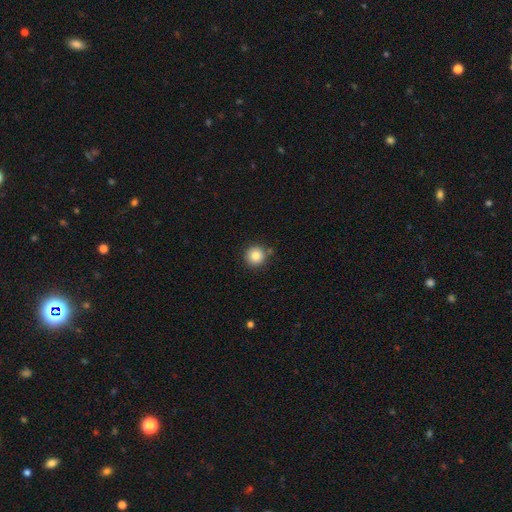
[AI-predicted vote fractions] A smooth galaxy with no disk features (84%) that is round (95%).

Vote fractions:
- Smooth or featured? smooth: 84% / star or artifact: 10% / featured or disk: 7%
- How rounded? round: 95% / in between: 4% / cigar-shaped: 1%
- Merging? none: 83% / minor disturbance: 9% / merger: 6% / major disturbance: 2%